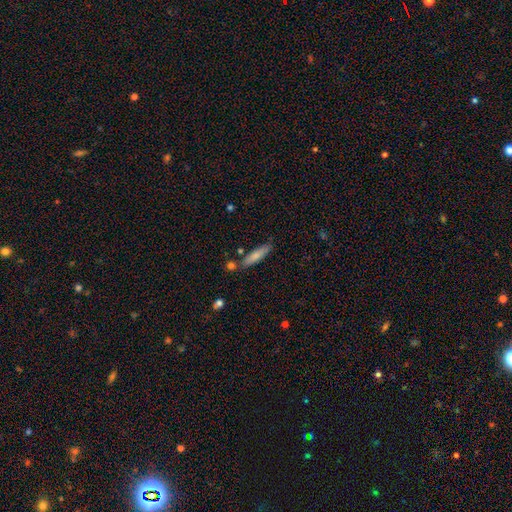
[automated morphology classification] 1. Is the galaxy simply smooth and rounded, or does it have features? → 74% smooth, 20% featured or disk, 6% star or artifact.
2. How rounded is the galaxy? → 78% cigar-shaped, 21% in between, 2% round.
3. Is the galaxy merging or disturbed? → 77% none, 13% minor disturbance, 7% merger, 3% major disturbance.